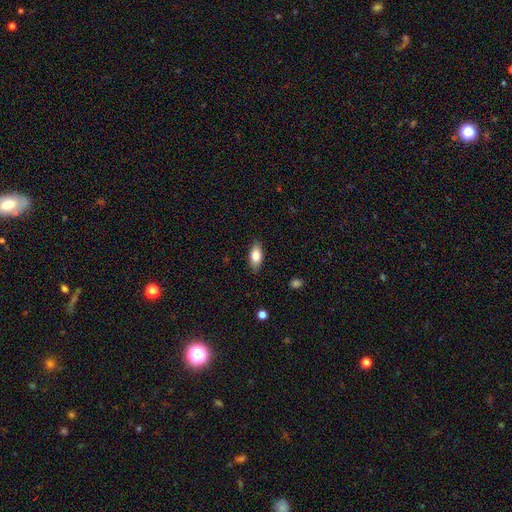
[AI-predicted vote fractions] Smooth or featured?
  - smooth: 81% *
  - featured or disk: 12%
  - star or artifact: 7%
How rounded?
  - in between: 86% *
  - cigar-shaped: 11%
  - round: 3%
Merging?
  - none: 86% *
  - minor disturbance: 11%
  - major disturbance: 2%
  - merger: 1%